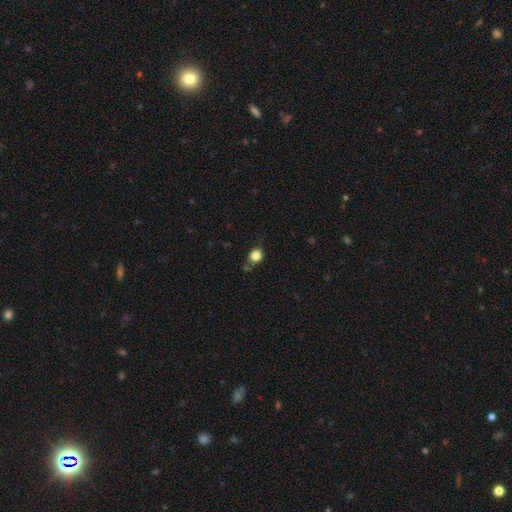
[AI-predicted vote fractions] Overall: smooth (82%). How rounded: round (69%; in between 30%). Merging: none (65%).